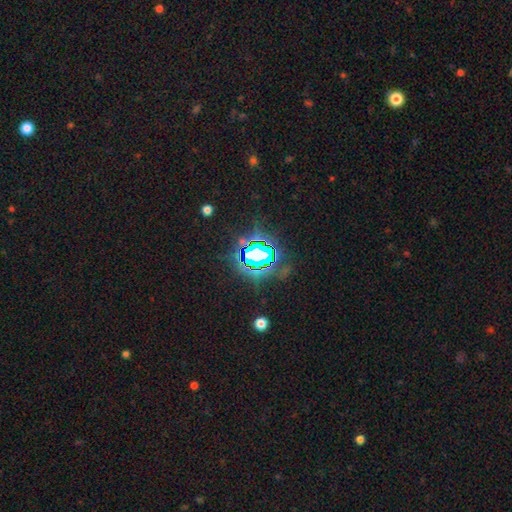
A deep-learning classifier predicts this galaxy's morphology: smooth-or-featured: star or artifact: 75% | smooth: 13% | featured or disk: 12%